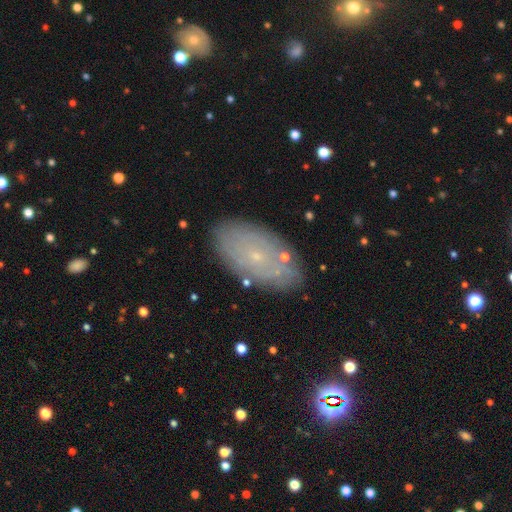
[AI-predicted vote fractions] smooth-or-featured: smooth: 46% | featured or disk: 42% | star or artifact: 12%
  merging: none: 85% | minor disturbance: 11% | major disturbance: 3% | merger: 2%